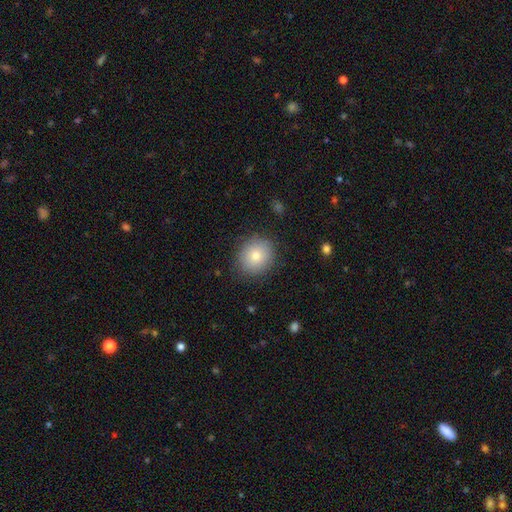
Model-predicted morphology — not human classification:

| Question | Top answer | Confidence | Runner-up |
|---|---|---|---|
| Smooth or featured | smooth | 78% | featured or disk (12%) |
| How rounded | round | 82% | in between (17%) |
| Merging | none | 85% | minor disturbance (11%) |